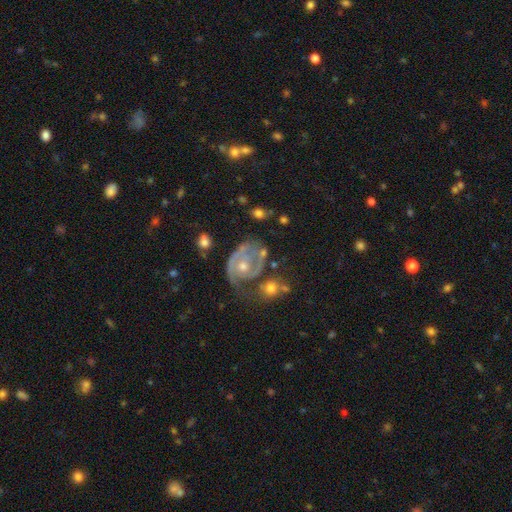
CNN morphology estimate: Smooth or featured? featured or disk (78%)
Edge-on disk? no (97%)
Bar? no (76%)
Spiral arms? yes (83%)
Spiral winding? tight (49%)
Spiral arm count? 2 (39%)
Bulge size? moderate (52%)
Merging? none (39%)